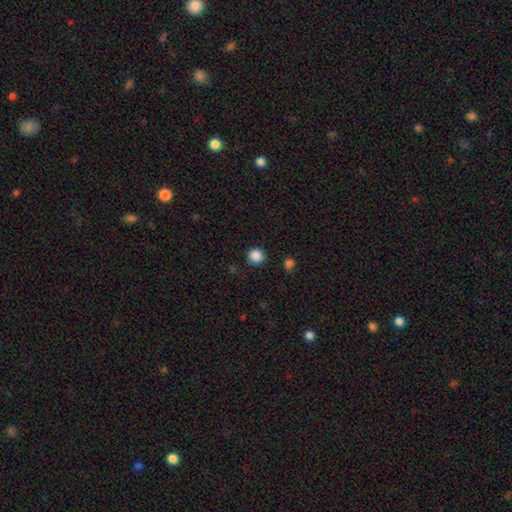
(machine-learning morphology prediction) This is clearly a smooth galaxy (87%). How rounded: clearly round (92%). Merging: clearly none (89%).